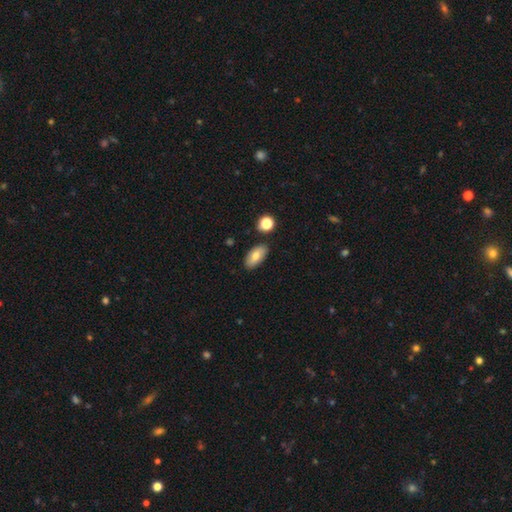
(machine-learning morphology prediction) Q: Smooth or featured?
A: smooth (74%); runner-up: featured or disk (18%)
Q: How rounded?
A: in between (91%); runner-up: cigar-shaped (5%)
Q: Merging?
A: none (85%); runner-up: minor disturbance (10%)